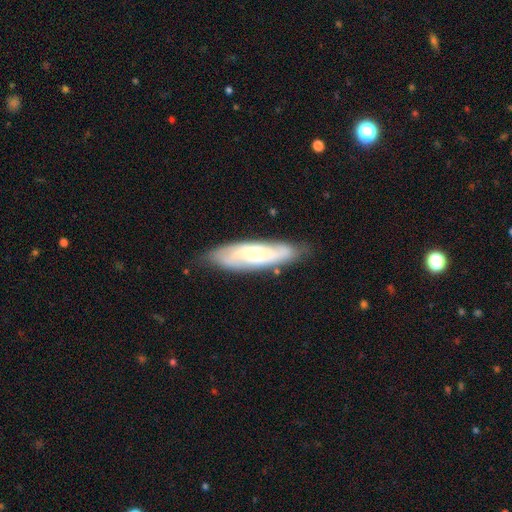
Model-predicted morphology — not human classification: smooth_or_featured: featured or disk (p=0.63) [alt: smooth p=0.30]
disk_edge_on: no (p=0.72) [alt: yes p=0.28]
merging: none (p=0.79) [alt: minor disturbance p=0.16]